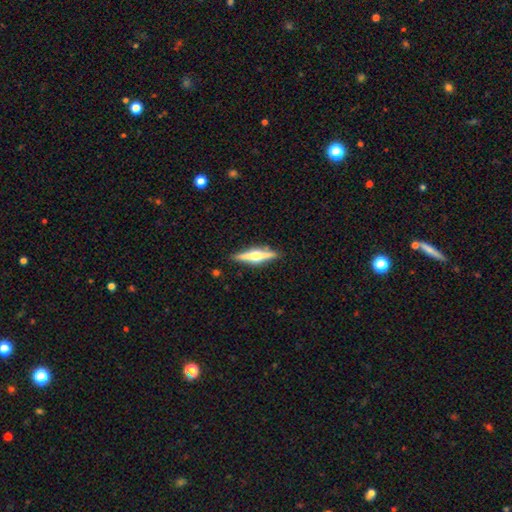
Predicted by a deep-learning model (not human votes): Smooth or featured?
  - featured or disk: 72% *
  - smooth: 23%
  - star or artifact: 5%
Edge-on disk?
  - yes: 98% *
  - no: 2%
Edge-on bulge?
  - rounded: 93% *
  - boxy: 5%
  - none: 2%
Merging?
  - none: 89% *
  - minor disturbance: 8%
  - major disturbance: 2%
  - merger: 1%